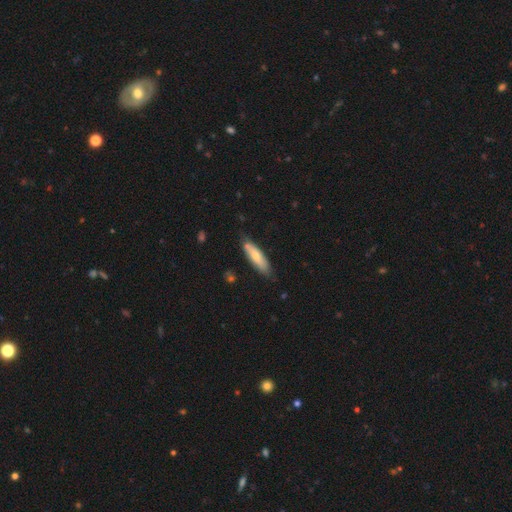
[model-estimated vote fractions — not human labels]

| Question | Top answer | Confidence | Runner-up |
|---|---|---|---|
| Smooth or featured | smooth | 65% | featured or disk (29%) |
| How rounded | cigar-shaped | 63% | in between (35%) |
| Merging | none | 73% | minor disturbance (20%) |